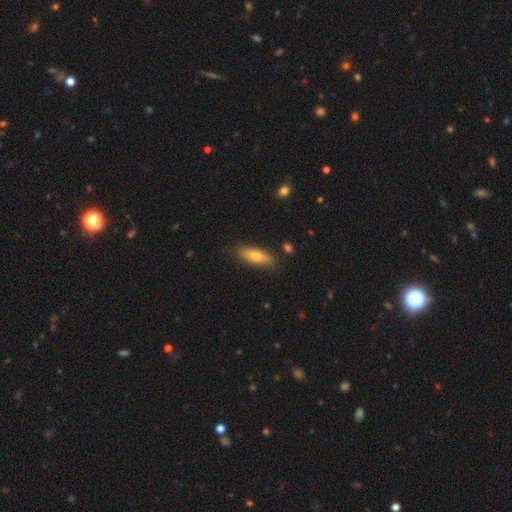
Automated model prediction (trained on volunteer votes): The model was most divided on "how rounded": cigar-shaped: 53%, in between: 45%, round: 2%. More confident: merging — none (84%); smooth or featured — smooth (67%).